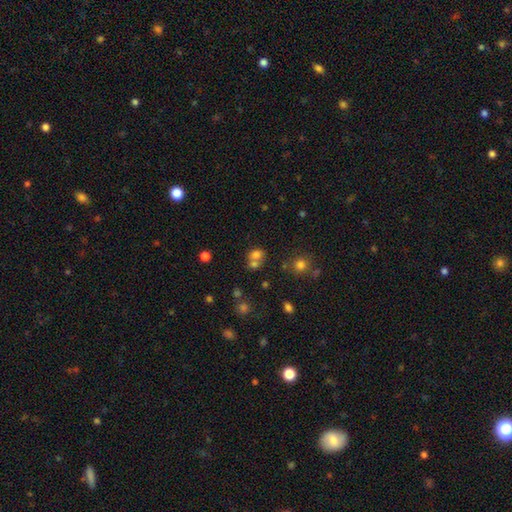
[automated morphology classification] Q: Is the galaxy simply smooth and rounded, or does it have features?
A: smooth — 70%.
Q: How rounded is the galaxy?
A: round — 57%.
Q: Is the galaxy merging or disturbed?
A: merger — 50%.